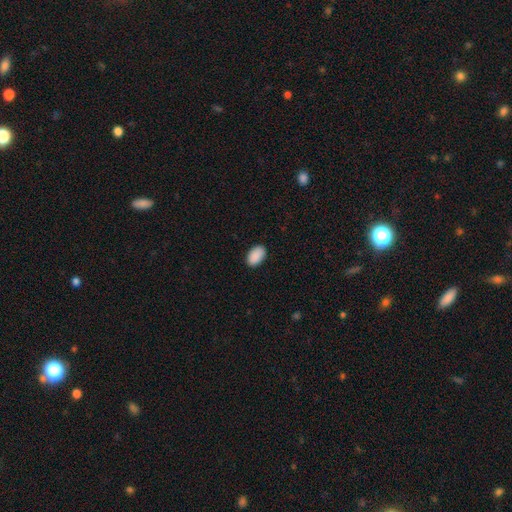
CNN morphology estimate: This is clearly a smooth galaxy (91%). How rounded: clearly in between (93%). Merging: clearly none (89%).